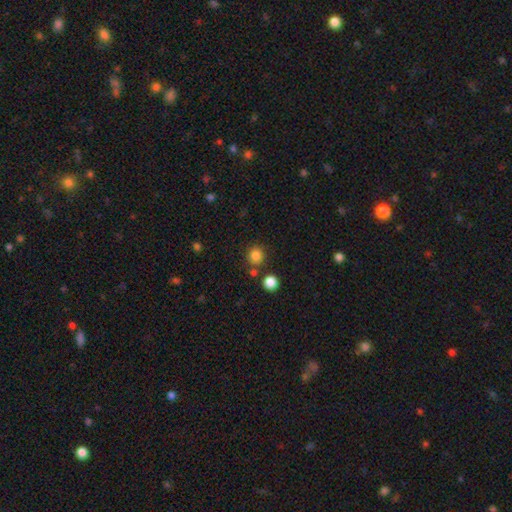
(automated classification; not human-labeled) Morphology: type=smooth (83%); roundness=round (89%); merging=none (79%).